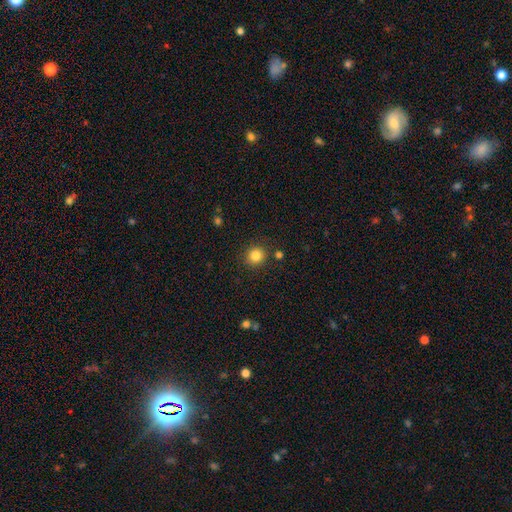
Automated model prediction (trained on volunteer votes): Smooth or featured: smooth — 84% (star or artifact — 11%)
How rounded: round — 90% (in between — 9%)
Merging: none — 87% (minor disturbance — 7%)